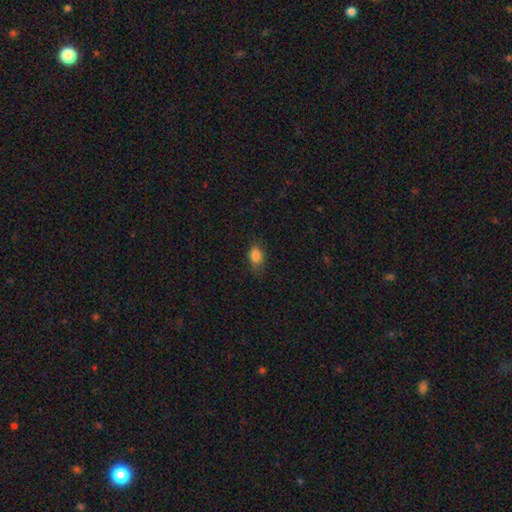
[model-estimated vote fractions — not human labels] smooth 84%, star or artifact 10%, featured or disk 6%. Down the decision tree: how rounded — in between (79%); merging — none (78%).